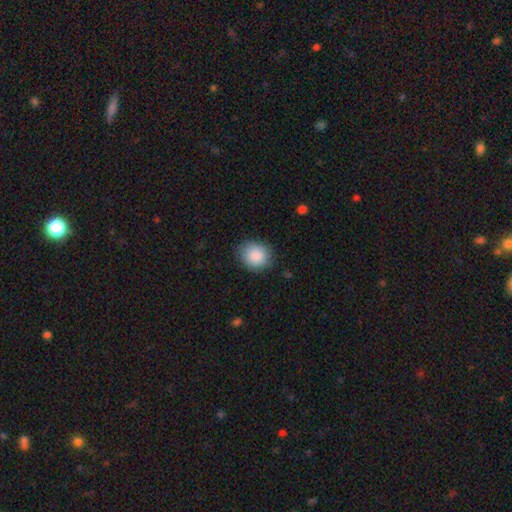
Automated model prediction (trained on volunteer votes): This is clearly a smooth galaxy (87%). How rounded: likely round (65%). Merging: clearly none (84%).